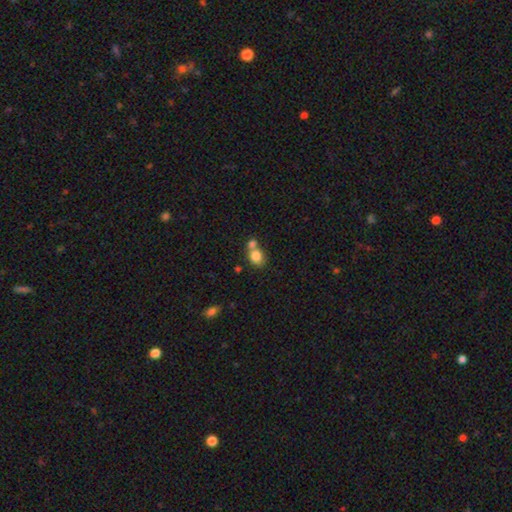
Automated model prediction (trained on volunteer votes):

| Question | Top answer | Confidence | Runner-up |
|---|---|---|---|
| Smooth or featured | smooth | 82% | star or artifact (9%) |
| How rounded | round | 59% | in between (40%) |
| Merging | merger | 51% | none (37%) |